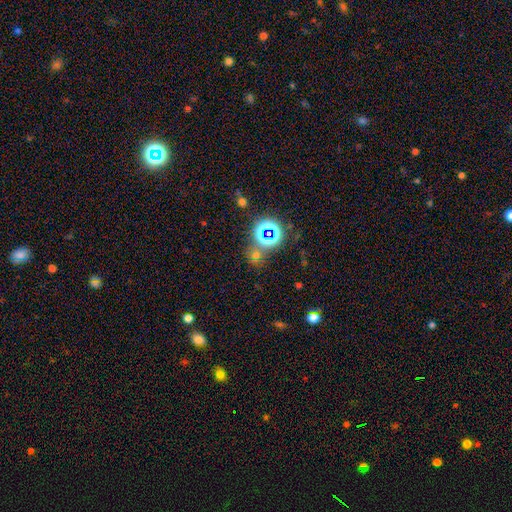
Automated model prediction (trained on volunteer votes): Overall: star or artifact (50%; smooth 42%).